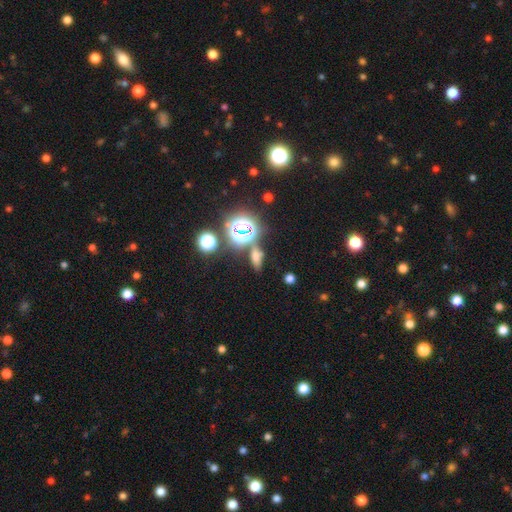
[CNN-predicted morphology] Smooth or featured: smooth — 52% (star or artifact — 33%)
How rounded: in between — 51% (cigar-shaped — 27%)
Merging: none — 74% (minor disturbance — 11%)